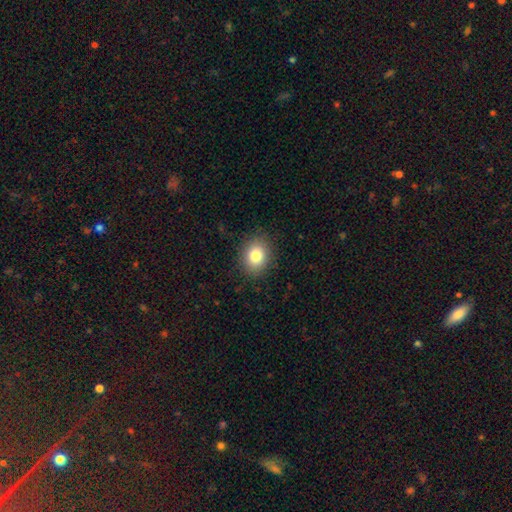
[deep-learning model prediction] Overall: smooth (82%). How rounded: round (52%; in between 47%). Merging: none (88%).